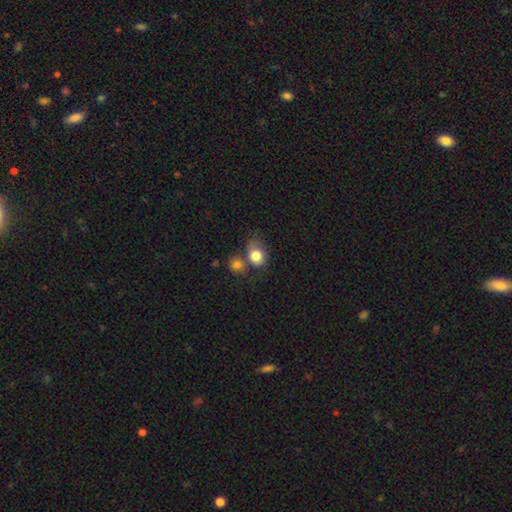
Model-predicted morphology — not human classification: smooth 82%, featured or disk 9%, star or artifact 9%. Down the decision tree: how rounded — round (61%); merging — none (38%).